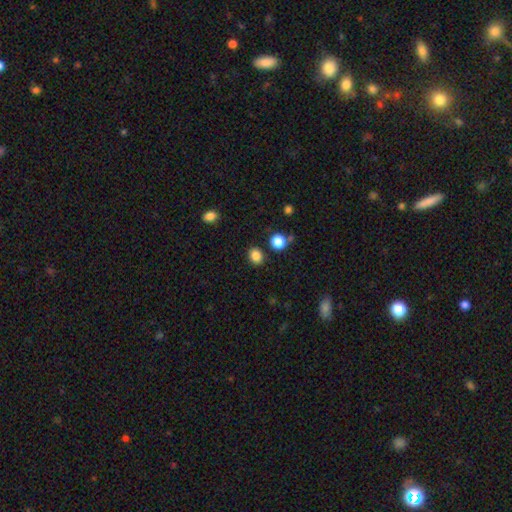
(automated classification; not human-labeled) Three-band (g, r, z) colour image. It shows a smooth galaxy with no disk features (85%) that is round (59%). Merging: none (86%).